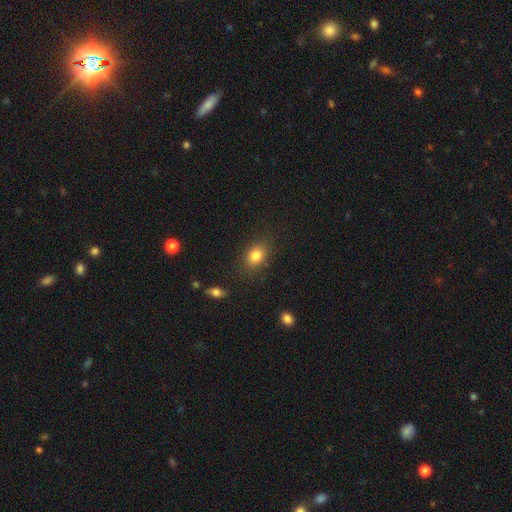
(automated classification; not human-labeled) This is clearly a smooth galaxy (82%). How rounded: likely in between (63%). Merging: clearly none (82%).